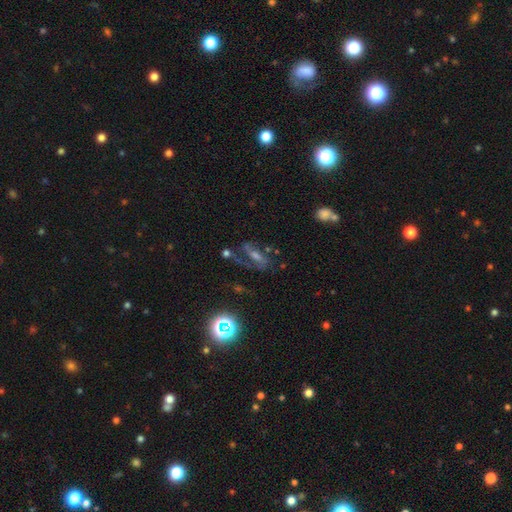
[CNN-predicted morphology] type=featured or disk (60%); edge-on=no (85%); bar=weak (34%, tied with strong); spiral arms=yes (81%); bulge=moderate (46%); merging=none (56%).